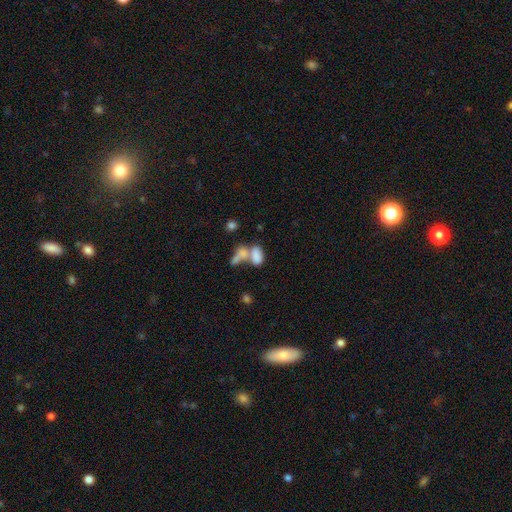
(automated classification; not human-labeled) A smooth galaxy with no disk features (76%) that is in between round and cigar-shaped (89%).

Vote fractions:
- Smooth or featured? smooth: 76% / featured or disk: 15% / star or artifact: 10%
- How rounded? in between: 89% / round: 6% / cigar-shaped: 5%
- Merging? merger: 62% / none: 22% / minor disturbance: 9% / major disturbance: 8%